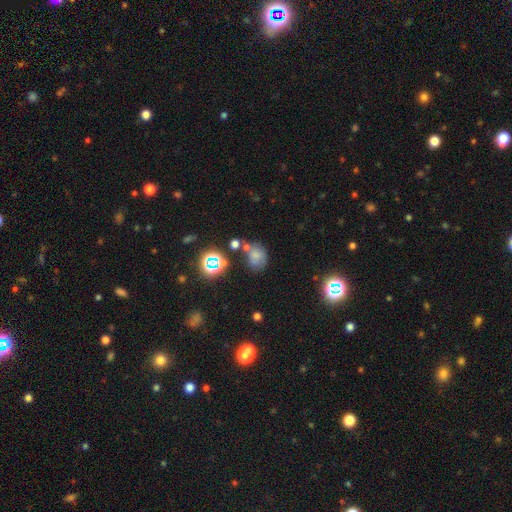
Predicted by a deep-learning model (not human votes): The model was most divided on "how rounded": in between: 51%, round: 47%, cigar-shaped: 1%. Remaining: smooth or featured — smooth (59%); merging — none (47%).